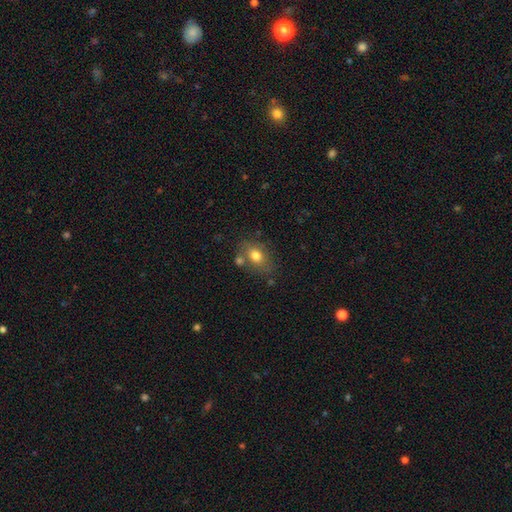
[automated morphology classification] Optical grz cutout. It shows a smooth galaxy with no disk features (75%) that is in between round and cigar-shaped (72%). Merging: none (62%).